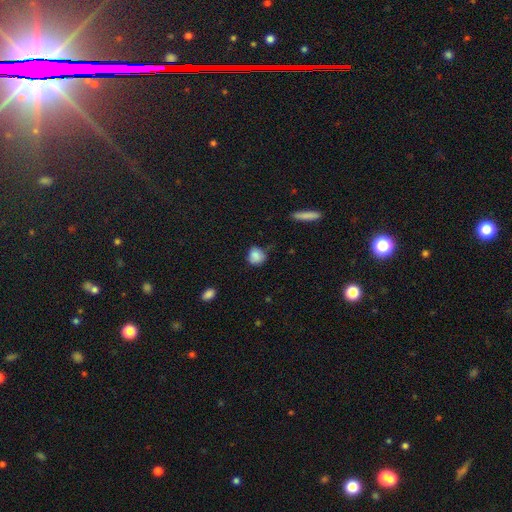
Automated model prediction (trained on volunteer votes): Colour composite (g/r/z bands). It shows a smooth galaxy with no disk features (84%) that is round (75%). Merging: none (59%).